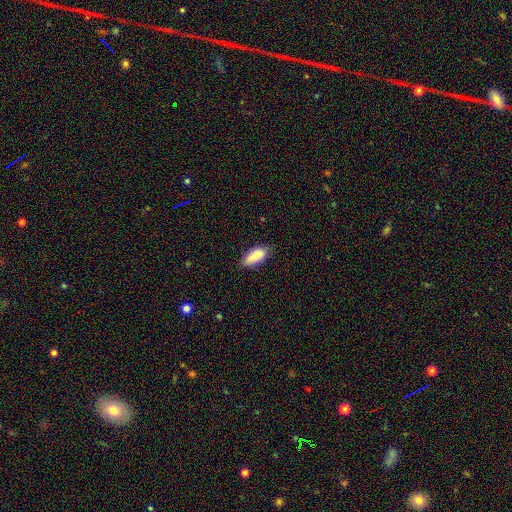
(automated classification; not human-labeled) Smooth or featured?
  - smooth: 86% *
  - featured or disk: 8%
  - star or artifact: 7%
How rounded?
  - in between: 84% *
  - cigar-shaped: 14%
  - round: 2%
Merging?
  - none: 76% *
  - minor disturbance: 20%
  - major disturbance: 3%
  - merger: 1%